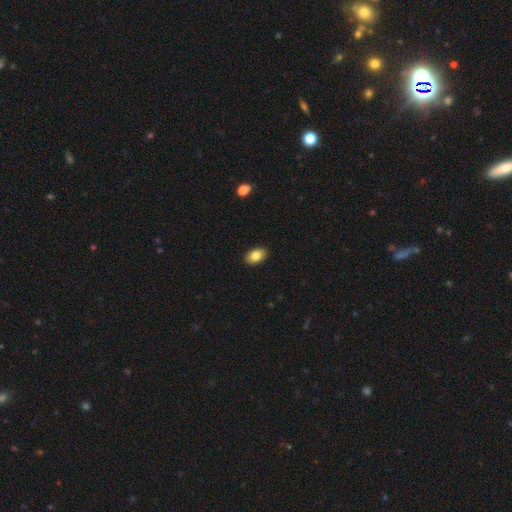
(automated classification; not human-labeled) The model was most divided on "smooth or featured": smooth: 83%, featured or disk: 9%, star or artifact: 8%. More confident: merging — none (90%); how rounded — in between (90%).